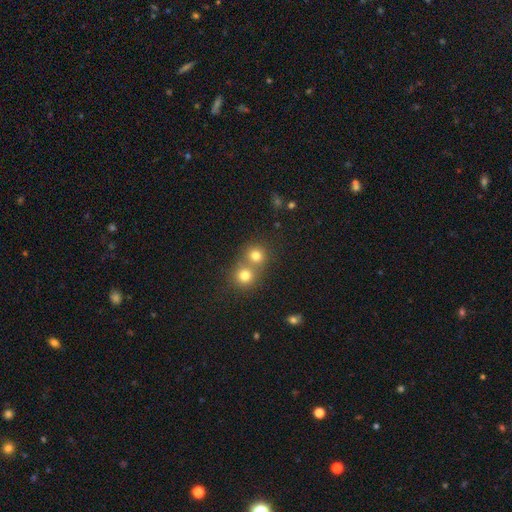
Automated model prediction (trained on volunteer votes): Smooth or featured? Predicted: smooth (p=0.77). How rounded? Predicted: round (p=0.87). Merging? Predicted: none (p=0.48).